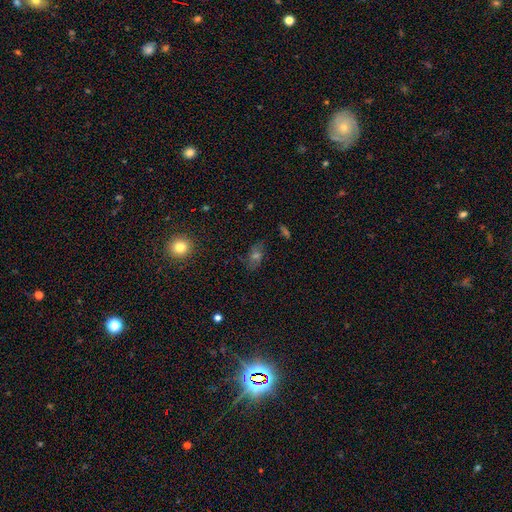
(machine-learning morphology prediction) Q: Smooth or featured?
A: featured or disk (38%); runner-up: smooth (33%)
Q: Merging?
A: none (74%); runner-up: minor disturbance (16%)